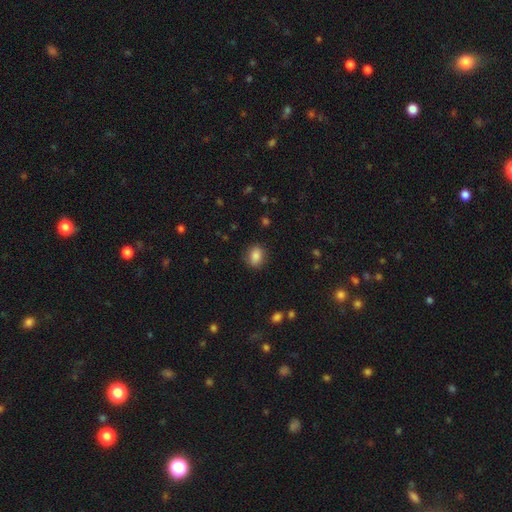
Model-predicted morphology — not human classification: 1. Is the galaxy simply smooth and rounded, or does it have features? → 86% smooth, 9% star or artifact, 5% featured or disk.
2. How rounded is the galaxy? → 65% in between, 33% round, 1% cigar-shaped.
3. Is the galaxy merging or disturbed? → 86% none, 10% minor disturbance, 3% major disturbance, 1% merger.